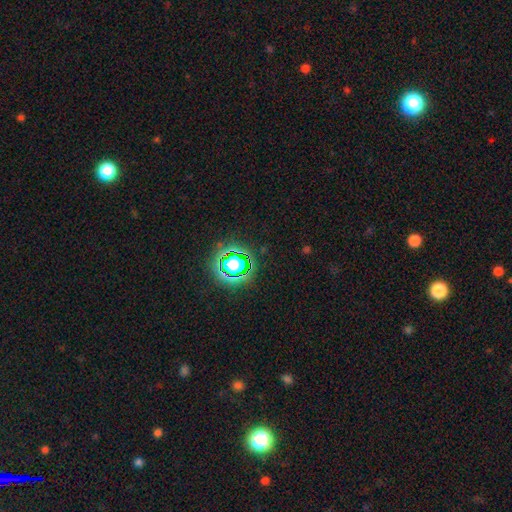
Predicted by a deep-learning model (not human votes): The model was most divided on "smooth or featured": star or artifact: 76%, smooth: 17%, featured or disk: 7%.